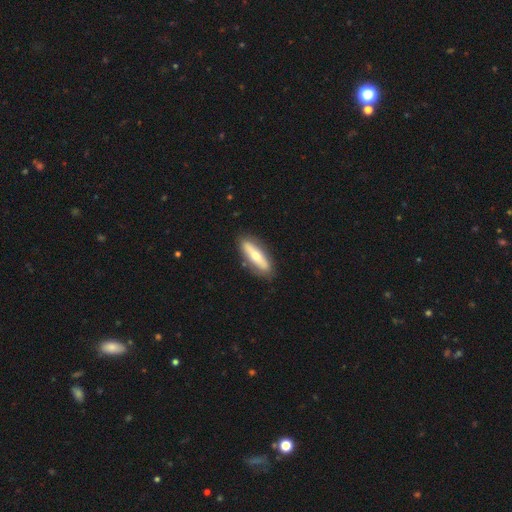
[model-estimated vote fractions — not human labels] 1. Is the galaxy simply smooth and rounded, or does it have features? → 51% smooth, 44% featured or disk, 5% star or artifact.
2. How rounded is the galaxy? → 60% cigar-shaped, 38% in between, 2% round.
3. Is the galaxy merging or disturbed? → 85% none, 11% minor disturbance, 3% major disturbance, 2% merger.